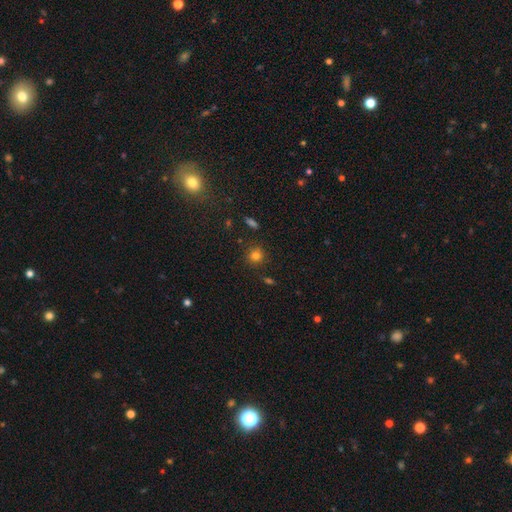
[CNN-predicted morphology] The model was most divided on "smooth or featured": smooth: 79%, star or artifact: 15%, featured or disk: 6%. More confident: how rounded — round (89%); merging — none (85%).